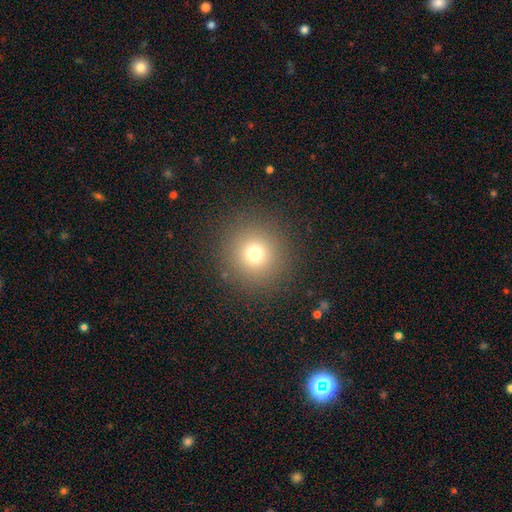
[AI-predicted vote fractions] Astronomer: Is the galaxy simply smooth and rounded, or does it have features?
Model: smooth — 70%.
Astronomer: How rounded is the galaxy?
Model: round — 95%.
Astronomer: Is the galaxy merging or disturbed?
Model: none — 91%.